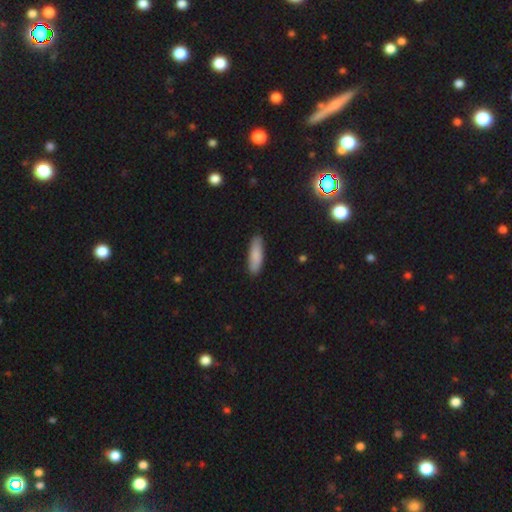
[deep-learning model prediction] smooth-or-featured: smooth: 86% | featured or disk: 9% | star or artifact: 6%
  how-rounded: cigar-shaped: 52% | in between: 47% | round: 2%
  merging: none: 88% | minor disturbance: 9% | major disturbance: 2% | merger: 1%